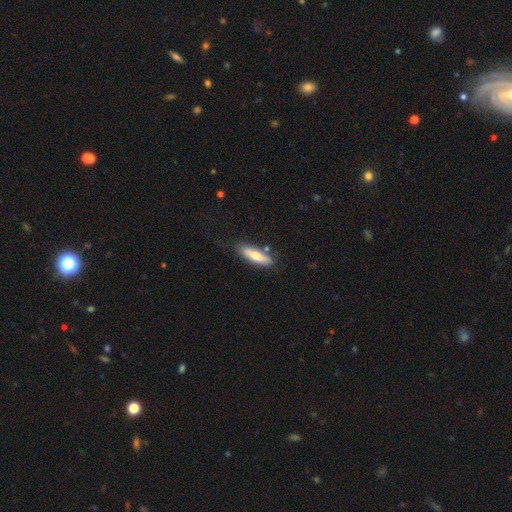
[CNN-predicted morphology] Smooth or featured? Predicted: smooth (p=0.71). How rounded? Predicted: cigar-shaped (p=0.61). Merging? Predicted: none (p=0.77).